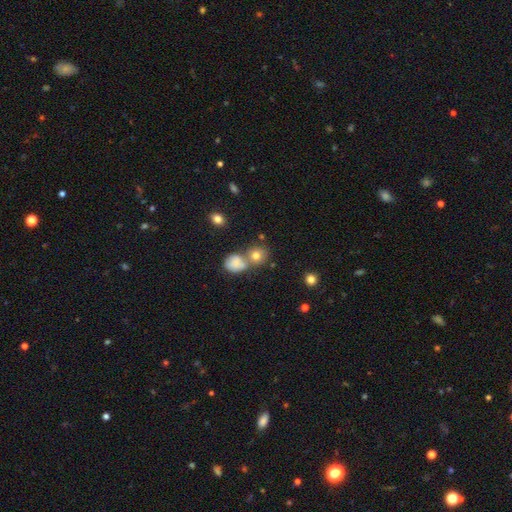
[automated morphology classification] Smooth or featured? Predicted: smooth (p=0.75). How rounded? Predicted: round (p=0.80). Merging? Predicted: none (p=0.50).